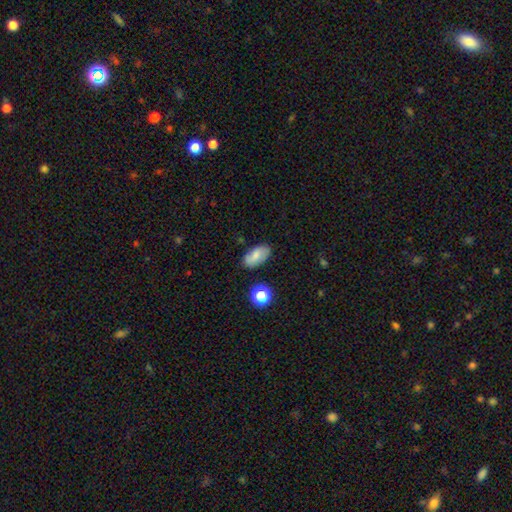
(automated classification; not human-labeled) This is likely a smooth galaxy (75%). How rounded: clearly in between (92%). Merging: clearly none (81%).